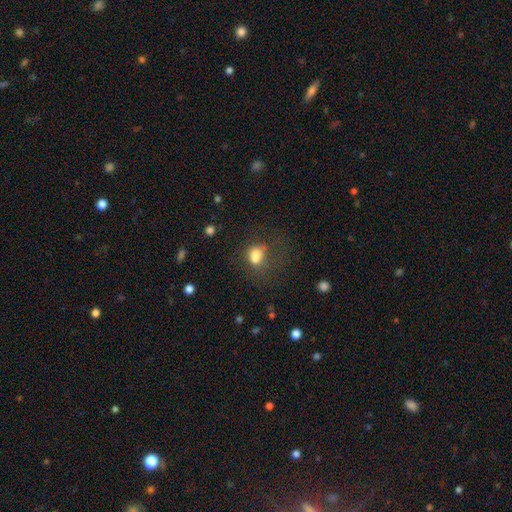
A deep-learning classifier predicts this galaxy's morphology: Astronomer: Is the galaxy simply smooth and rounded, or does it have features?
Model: smooth — 71%.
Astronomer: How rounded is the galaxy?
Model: in between — 53% (runner-up: round, 46%).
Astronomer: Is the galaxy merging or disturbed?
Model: none — 32% (runner-up: merger, 31%).